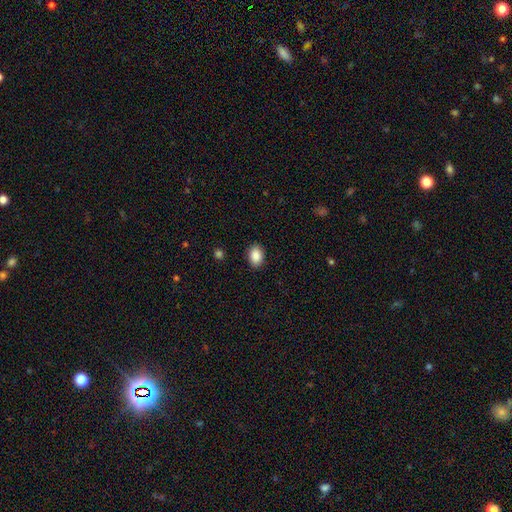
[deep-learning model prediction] This appears to be a smooth galaxy with no disk features (90%) that is in between round and cigar-shaped (78%). Merging: none (89%).